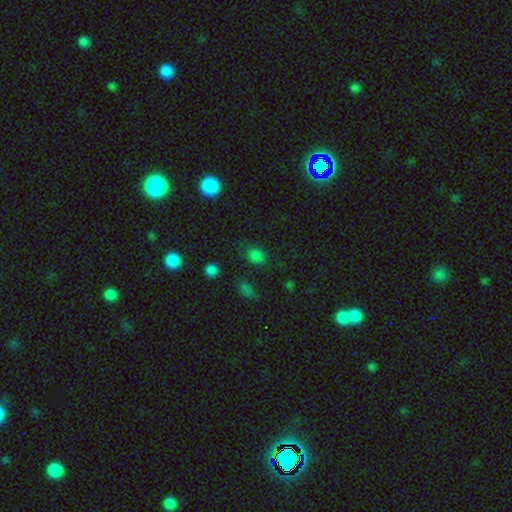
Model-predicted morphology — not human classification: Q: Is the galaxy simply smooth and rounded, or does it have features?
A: smooth — 73%.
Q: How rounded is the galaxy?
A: round — 59%.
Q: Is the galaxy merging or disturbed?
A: none — 78%.